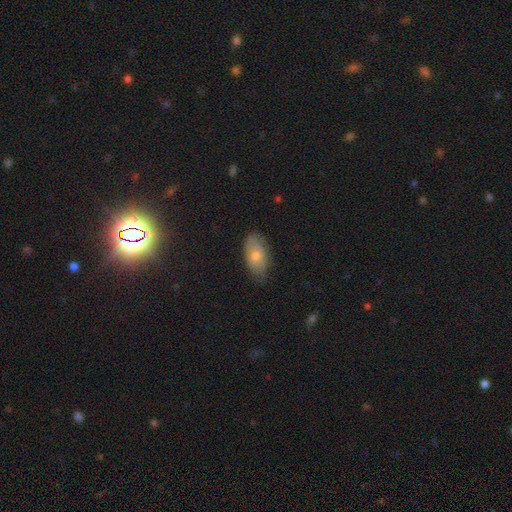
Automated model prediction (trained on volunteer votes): smooth-or-featured: smooth: 58% | featured or disk: 31% | star or artifact: 11%
  how-rounded: in between: 91% | round: 5% | cigar-shaped: 4%
  merging: none: 74% | minor disturbance: 21% | major disturbance: 4% | merger: 1%